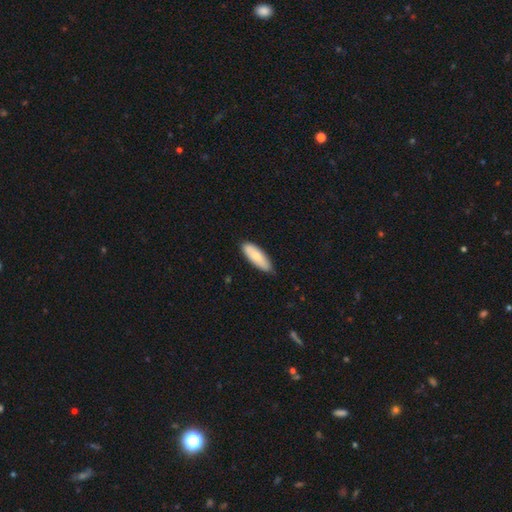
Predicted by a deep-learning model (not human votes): This is likely a smooth galaxy (79%). How rounded: likely in between (62%). Merging: clearly none (81%).